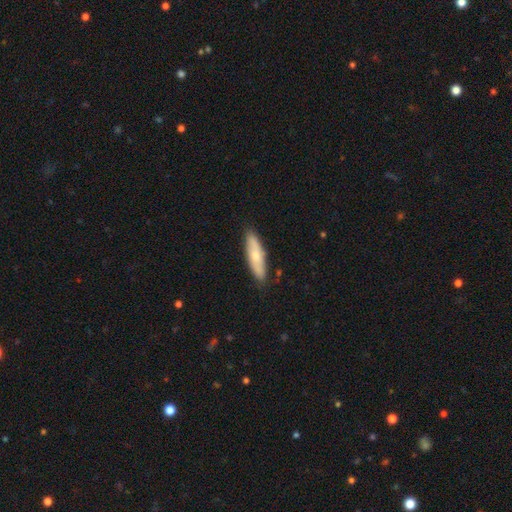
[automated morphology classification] This is possibly a smooth galaxy (60%). How rounded: likely cigar-shaped (63%). Merging: clearly none (85%).